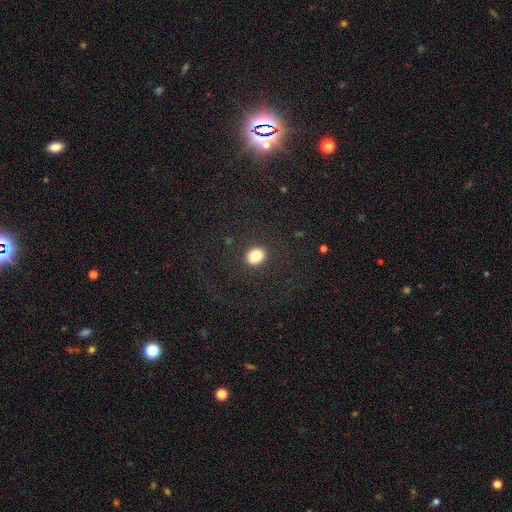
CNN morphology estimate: A smooth galaxy with no disk features (83%) that is round (62%). Merging: none (89%).